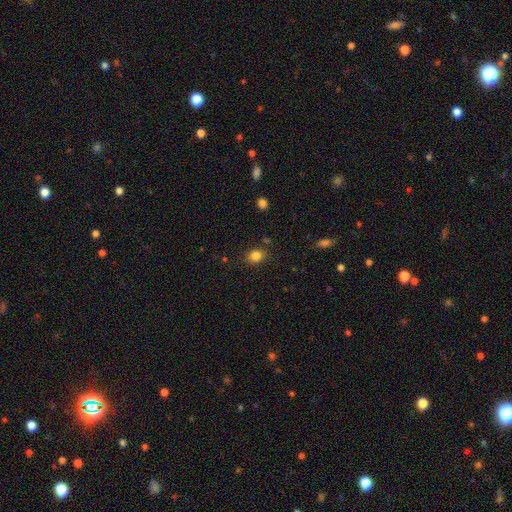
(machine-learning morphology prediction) smooth-or-featured: smooth: 83% | star or artifact: 12% | featured or disk: 5%
  how-rounded: round: 66% | in between: 33% | cigar-shaped: 1%
  merging: none: 83% | minor disturbance: 12% | major disturbance: 3% | merger: 3%